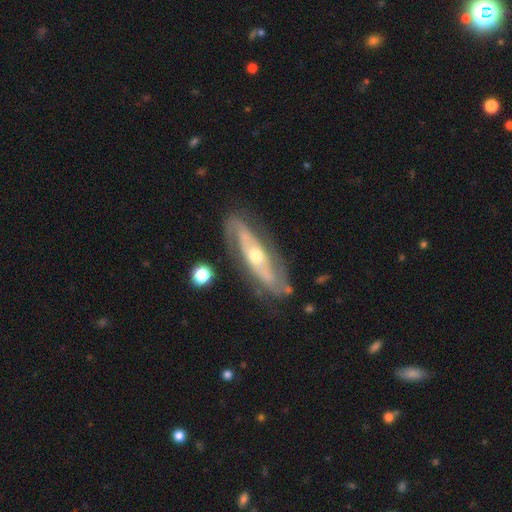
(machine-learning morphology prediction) This appears to be a featured or disk galaxy (78%) with no bar (65%), spiral arms (81%) and a moderate central bulge (59%). Merging: none (73%).